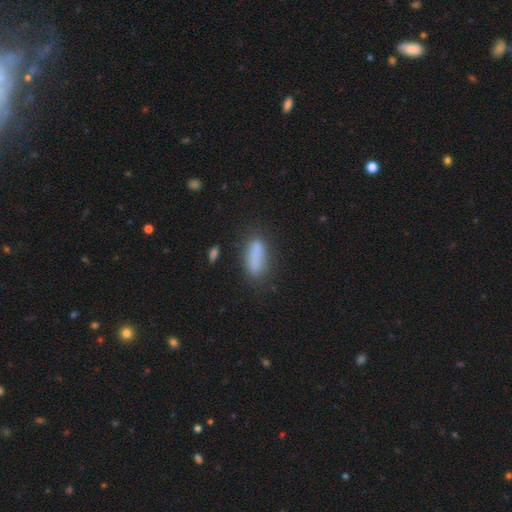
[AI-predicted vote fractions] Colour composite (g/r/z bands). It shows a smooth galaxy with no disk features (81%) that is in between round and cigar-shaped (61%). Merging: none (67%).